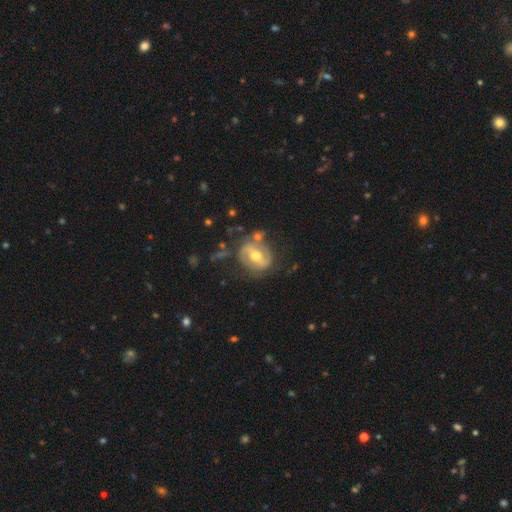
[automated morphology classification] Q: Smooth or featured?
A: featured or disk (72%); runner-up: smooth (22%)
Q: Edge-on disk?
A: no (95%); runner-up: yes (5%)
Q: Bar?
A: strong (44%); runner-up: weak (36%)
Q: Spiral arms?
A: yes (65%); runner-up: no (35%)
Q: Bulge size?
A: moderate (74%); runner-up: small (18%)
Q: Merging?
A: none (66%); runner-up: minor disturbance (19%)